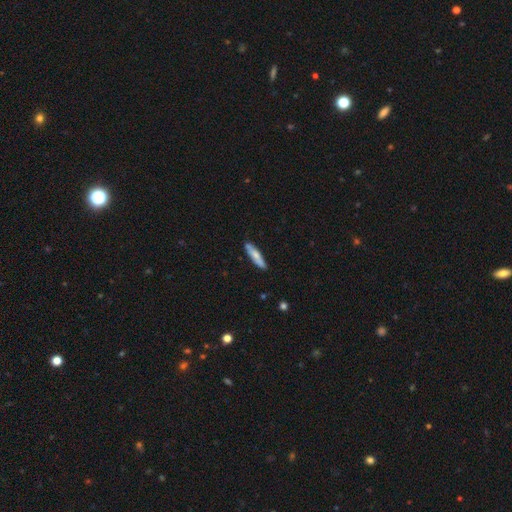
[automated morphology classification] A smooth galaxy with no disk features (67%) that is cigar-shaped (80%).

Vote fractions:
- Smooth or featured? smooth: 67% / featured or disk: 28% / star or artifact: 6%
- How rounded? cigar-shaped: 80% / in between: 18% / round: 2%
- Merging? none: 81% / minor disturbance: 14% / merger: 3% / major disturbance: 2%